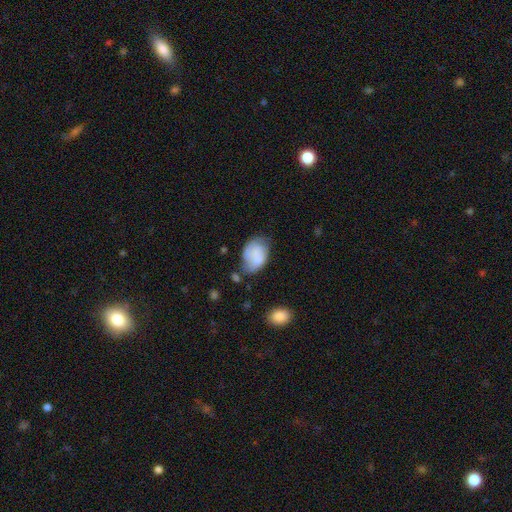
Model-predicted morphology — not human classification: A smooth galaxy with no disk features (71%) that is in between round and cigar-shaped (82%). Merging: none (41%).